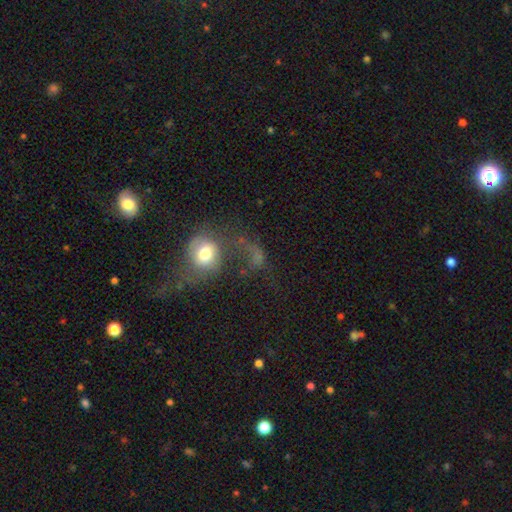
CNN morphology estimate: smooth 55%, featured or disk 28%, star or artifact 16%. Down the decision tree: how rounded — round (63%); merging — major disturbance (45%).